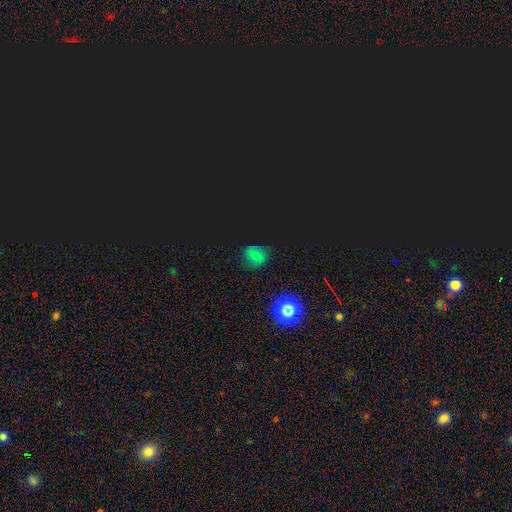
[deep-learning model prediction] Smooth or featured: smooth — 50% (star or artifact — 41%)
How rounded: round — 72% (in between — 26%)
Merging: none — 78% (minor disturbance — 16%)